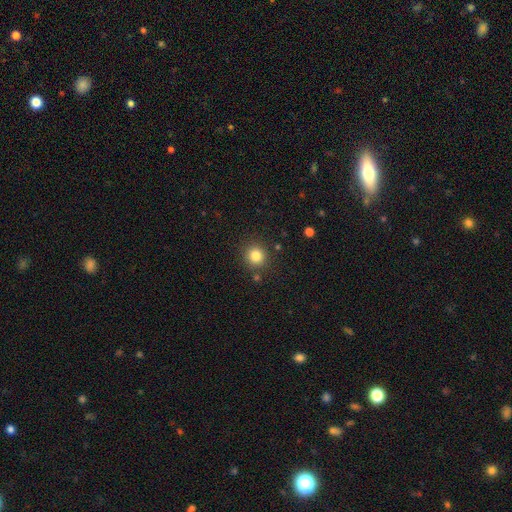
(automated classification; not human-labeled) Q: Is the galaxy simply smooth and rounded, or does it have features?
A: smooth — 82%.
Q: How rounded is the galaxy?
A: round — 91%.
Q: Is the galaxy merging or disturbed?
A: none — 86%.